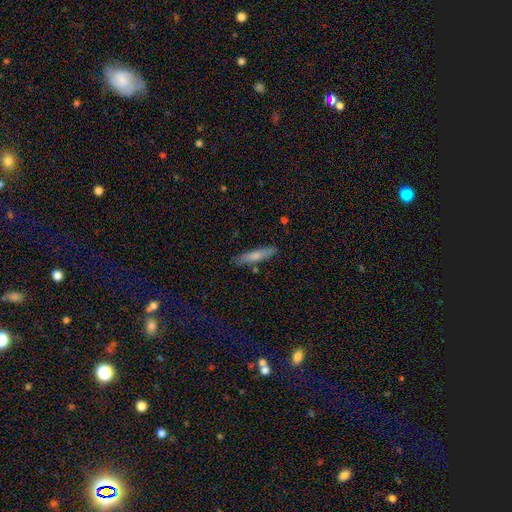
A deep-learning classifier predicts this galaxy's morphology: This is likely a smooth galaxy (71%). How rounded: clearly cigar-shaped (83%). Merging: clearly none (82%).